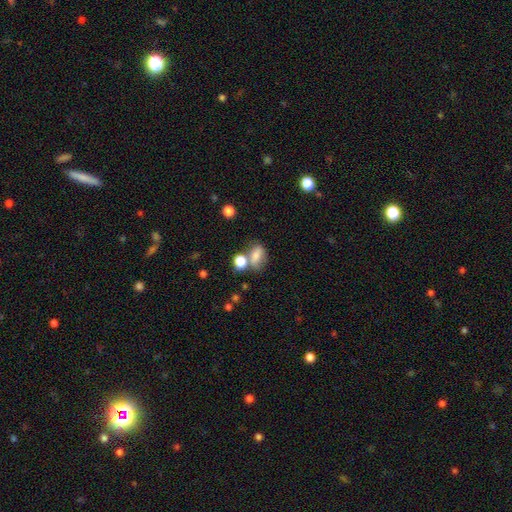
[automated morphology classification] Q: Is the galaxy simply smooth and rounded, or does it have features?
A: smooth — 74%.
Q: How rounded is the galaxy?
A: in between — 74%.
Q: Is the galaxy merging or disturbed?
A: none — 45%.